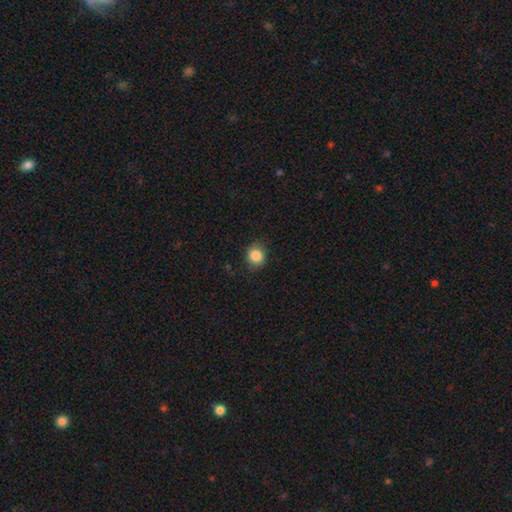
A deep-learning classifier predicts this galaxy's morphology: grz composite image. It shows a smooth galaxy with no disk features (86%) that is round (82%). Merging: none (84%).